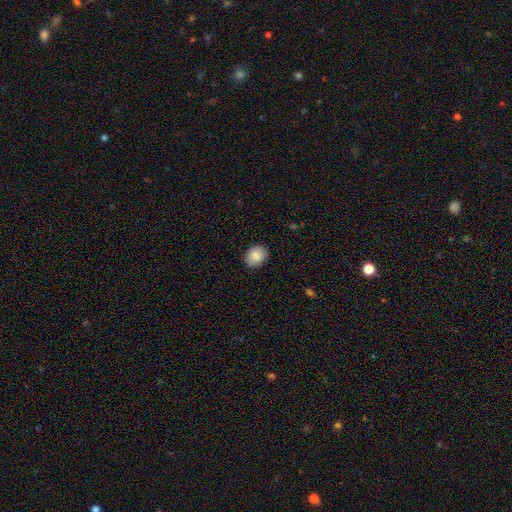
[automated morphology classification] A smooth galaxy with no disk features (88%) that is in between round and cigar-shaped (62%). Merging: none (89%).